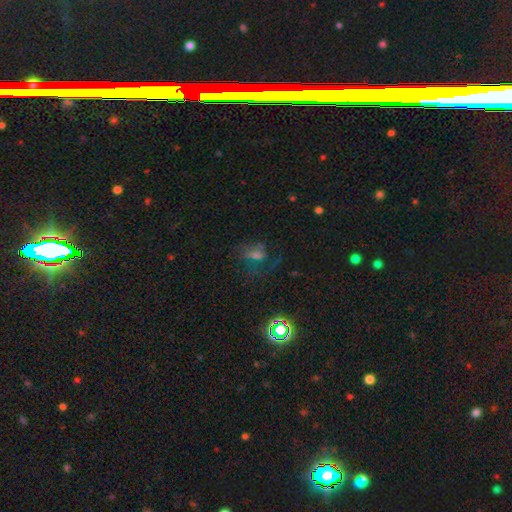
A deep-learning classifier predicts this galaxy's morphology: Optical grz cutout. It shows a star or artifact, not a galaxy (39%).